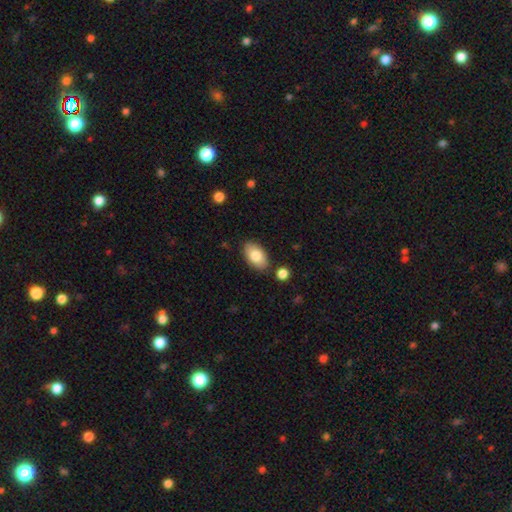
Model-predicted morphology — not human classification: A smooth galaxy with no disk features (81%) that is in between round and cigar-shaped (94%).

Vote fractions:
- Smooth or featured? smooth: 81% / featured or disk: 13% / star or artifact: 6%
- How rounded? in between: 94% / round: 5% / cigar-shaped: 2%
- Merging? none: 83% / minor disturbance: 11% / merger: 4% / major disturbance: 2%